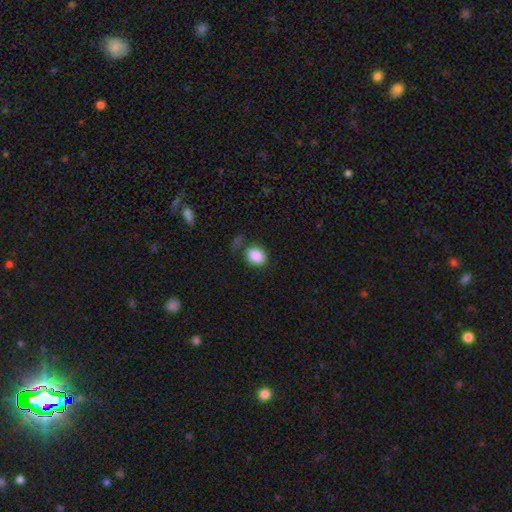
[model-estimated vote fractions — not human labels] The model was most divided on "how rounded": in between: 51%, round: 48%, cigar-shaped: 1%. More confident: smooth or featured — smooth (88%); merging — none (73%).